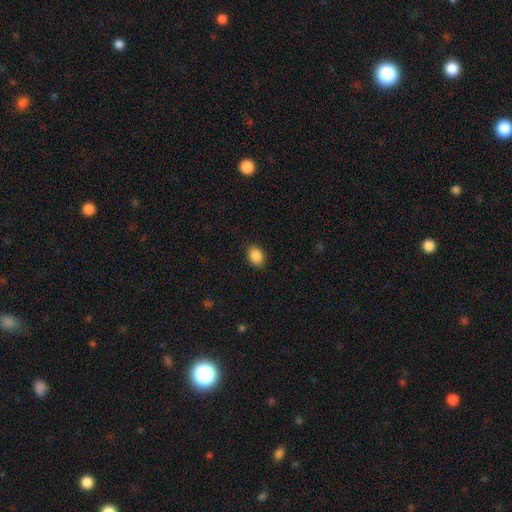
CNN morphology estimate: This appears to be a smooth galaxy with no disk features (89%) that is in between round and cigar-shaped (73%). Merging: none (89%).